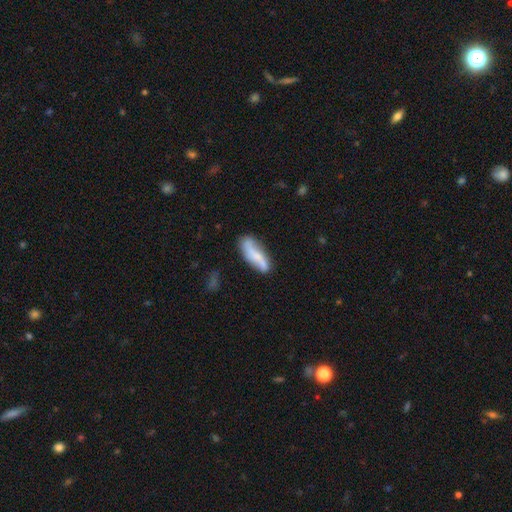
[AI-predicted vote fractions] Smooth or featured: smooth — 52% (featured or disk — 41%)
How rounded: in between — 52% (cigar-shaped — 45%)
Merging: none — 60% (minor disturbance — 24%)